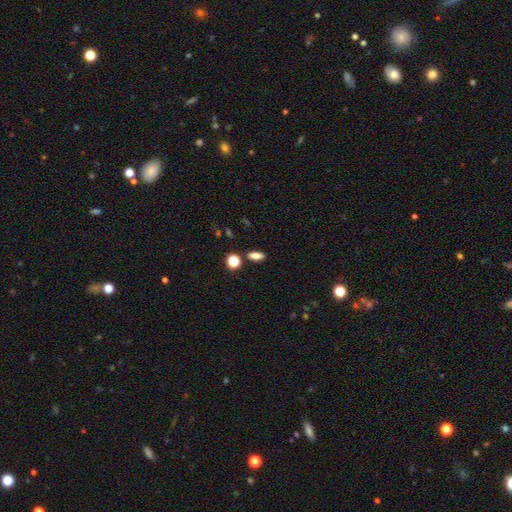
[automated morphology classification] Smooth or featured? smooth (80%)
How rounded? in between (70%)
Merging? none (83%)